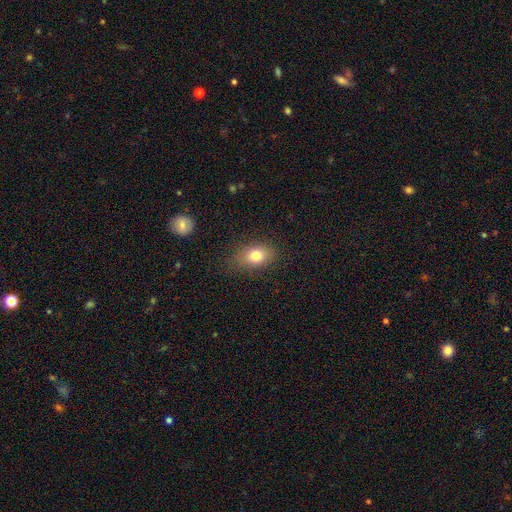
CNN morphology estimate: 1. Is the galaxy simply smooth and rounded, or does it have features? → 78% smooth, 11% featured or disk, 11% star or artifact.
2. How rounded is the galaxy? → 74% in between, 24% round, 2% cigar-shaped.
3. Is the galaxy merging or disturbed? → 76% none, 17% minor disturbance, 5% major disturbance, 1% merger.